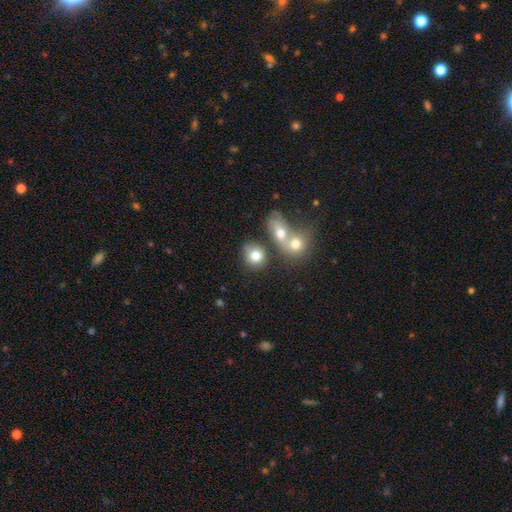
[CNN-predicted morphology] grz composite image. It shows a smooth galaxy with no disk features (76%) that is round (71%). Merging: none (51%).